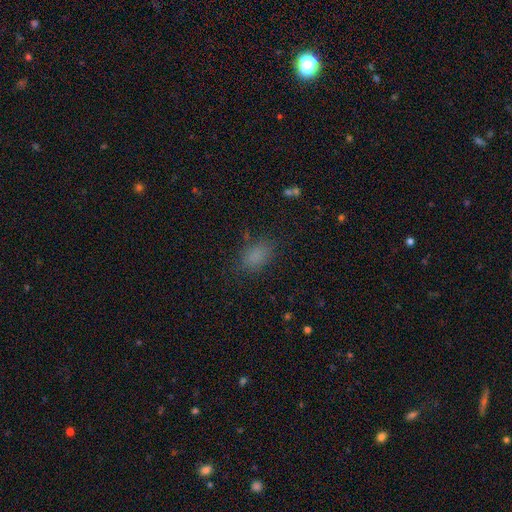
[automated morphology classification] Smooth or featured? Predicted: smooth (p=0.82). How rounded? Predicted: in between (p=0.84). Merging? Predicted: none (p=0.80).